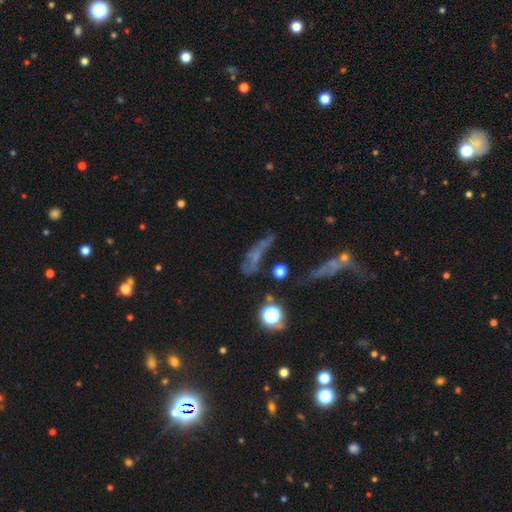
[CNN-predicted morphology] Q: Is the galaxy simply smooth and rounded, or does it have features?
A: featured or disk — 36%.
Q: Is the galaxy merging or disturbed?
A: none — 38%.